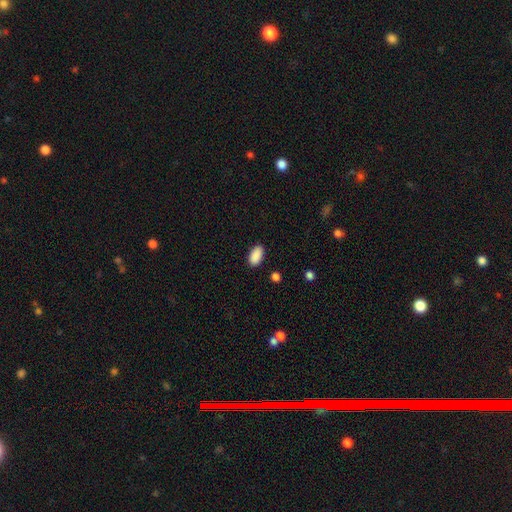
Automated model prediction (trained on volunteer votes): A smooth galaxy with no disk features (90%) that is in between round and cigar-shaped (94%). Merging: none (88%).